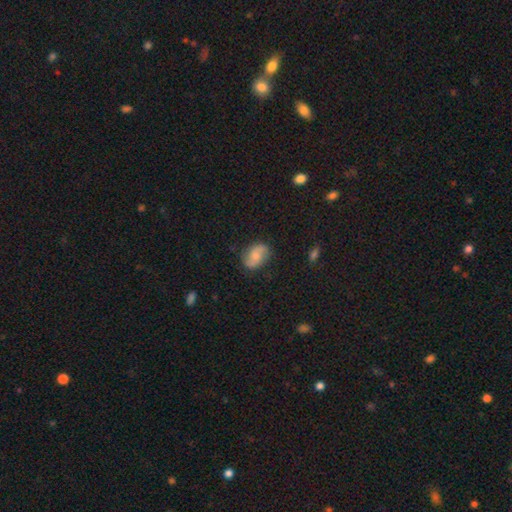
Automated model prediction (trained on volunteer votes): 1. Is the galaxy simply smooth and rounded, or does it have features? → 48% featured or disk, 44% smooth, 8% star or artifact.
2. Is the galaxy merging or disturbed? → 76% none, 18% minor disturbance, 5% major disturbance, 1% merger.